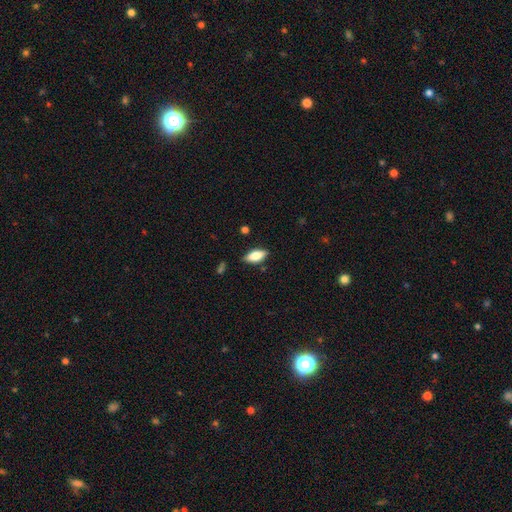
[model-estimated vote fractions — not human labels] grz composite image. It shows a smooth galaxy with no disk features (75%) that is in between round and cigar-shaped (84%). Merging: none (84%).